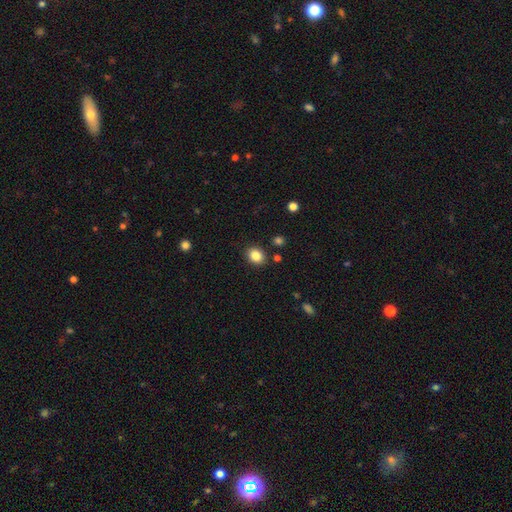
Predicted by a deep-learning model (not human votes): A smooth galaxy with no disk features (86%) that is round (53%).

Vote fractions:
- Smooth or featured? smooth: 86% / star or artifact: 10% / featured or disk: 5%
- How rounded? round: 53% / in between: 47% / cigar-shaped: 1%
- Merging? none: 87% / minor disturbance: 8% / merger: 2% / major disturbance: 2%